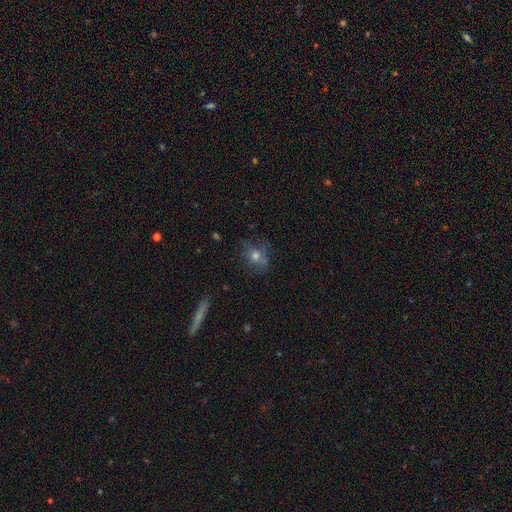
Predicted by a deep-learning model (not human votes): Smooth or featured? Predicted: smooth (p=0.54). How rounded? Predicted: round (p=0.60). Merging? Predicted: none (p=0.65).